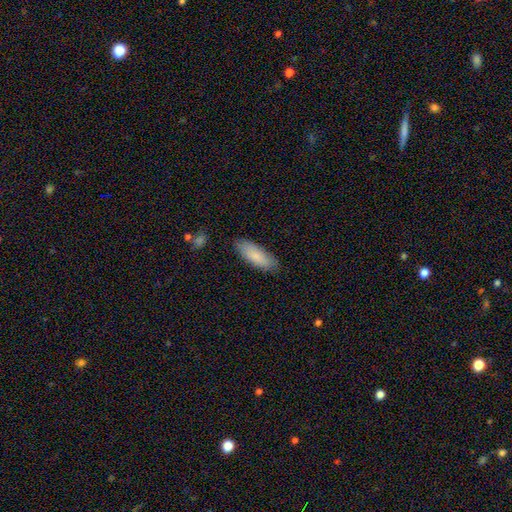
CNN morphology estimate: Smooth or featured?
  - smooth: 85% *
  - featured or disk: 9%
  - star or artifact: 6%
How rounded?
  - in between: 64% *
  - cigar-shaped: 34%
  - round: 2%
Merging?
  - none: 85% *
  - minor disturbance: 12%
  - major disturbance: 2%
  - merger: 1%